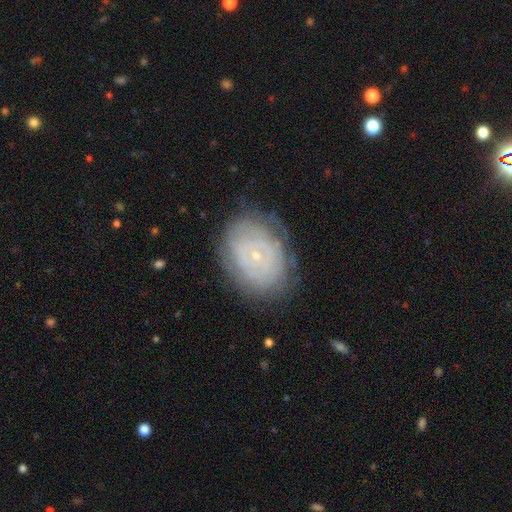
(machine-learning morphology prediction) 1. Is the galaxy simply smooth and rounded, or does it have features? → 61% featured or disk, 30% smooth, 8% star or artifact.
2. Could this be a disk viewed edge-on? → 96% no, 4% yes.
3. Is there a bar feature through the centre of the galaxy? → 84% no, 13% weak, 3% strong.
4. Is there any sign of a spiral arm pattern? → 63% yes, 37% no.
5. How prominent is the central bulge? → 86% small, 10% moderate, 2% none, 1% large, 1% dominant.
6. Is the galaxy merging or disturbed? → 76% none, 16% minor disturbance, 6% major disturbance, 1% merger.